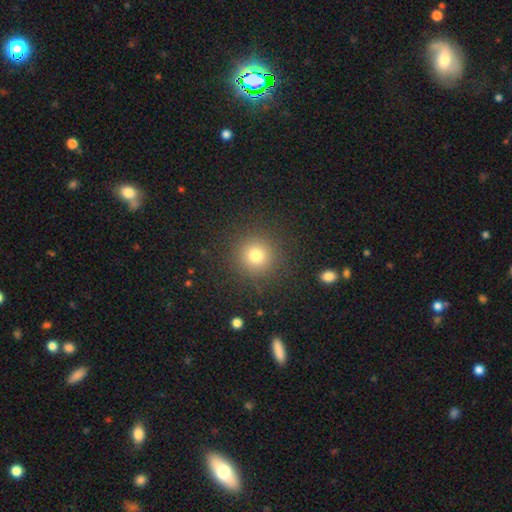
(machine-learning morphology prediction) This appears to be a smooth galaxy with no disk features (77%) that is round (94%). Merging: none (89%).